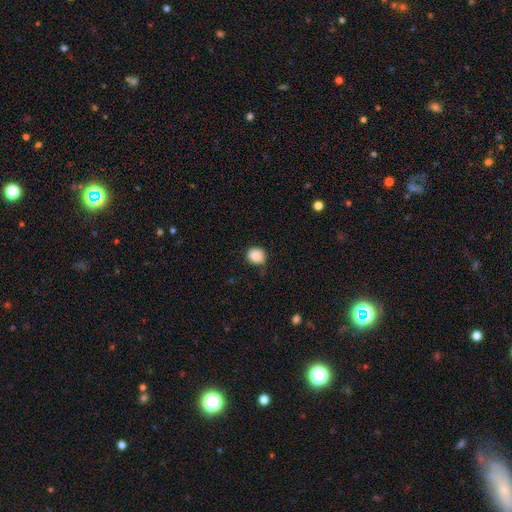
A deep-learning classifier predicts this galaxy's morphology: Smooth or featured?
  - smooth: 87% *
  - star or artifact: 9%
  - featured or disk: 4%
How rounded?
  - round: 83% *
  - in between: 16%
  - cigar-shaped: 1%
Merging?
  - none: 65% *
  - minor disturbance: 28%
  - major disturbance: 5%
  - merger: 2%